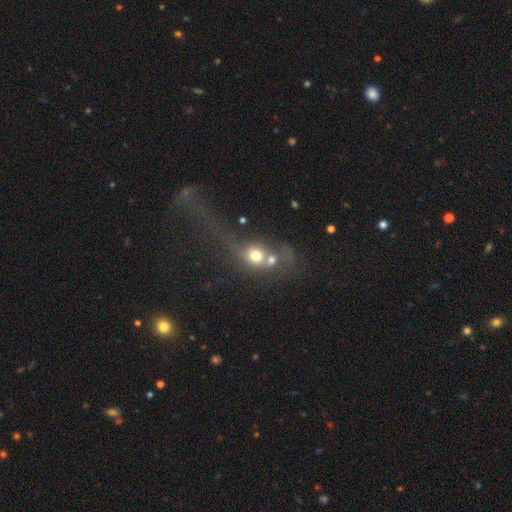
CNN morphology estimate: This is likely a smooth galaxy (62%). How rounded: likely round (69%). Merging: possibly merger (55%).